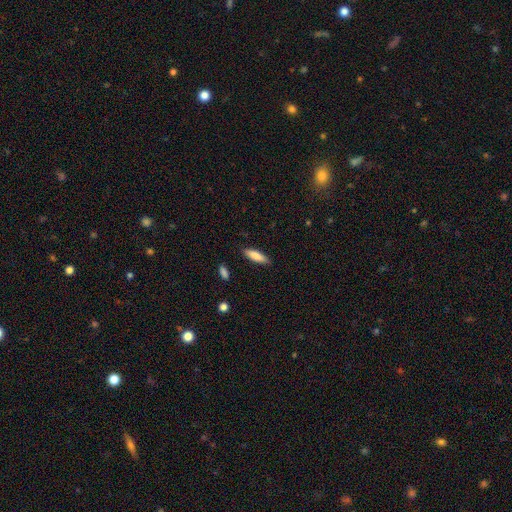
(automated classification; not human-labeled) A smooth galaxy with no disk features (83%) that is cigar-shaped (60%). Merging: none (86%).